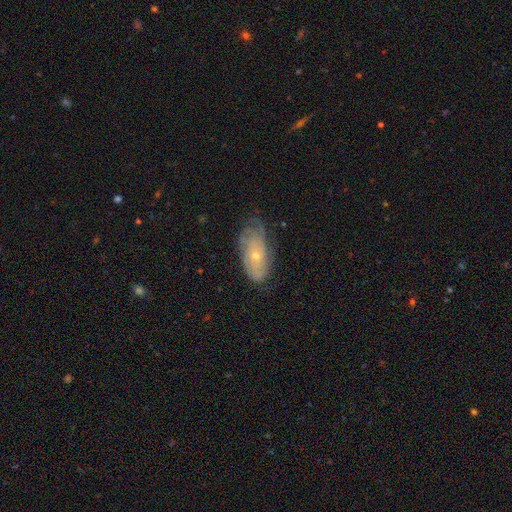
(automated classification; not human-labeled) A featured or disk galaxy (61%) with no bar (83%), spiral arms (77%) and a small central bulge (66%). Merging: none (56%).